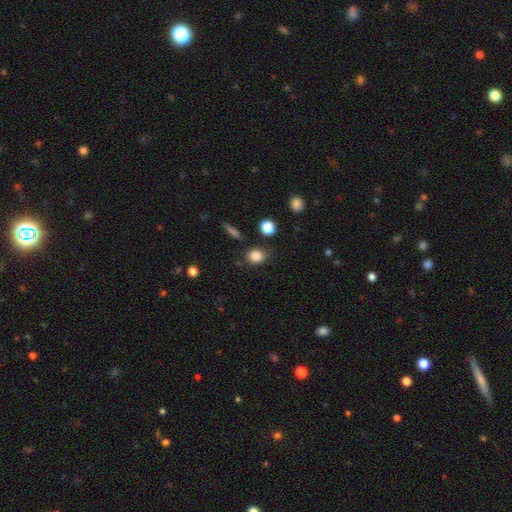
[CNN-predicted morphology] smooth 84%, star or artifact 10%, featured or disk 6%. Down the decision tree: how rounded — round (60%); merging — none (78%).